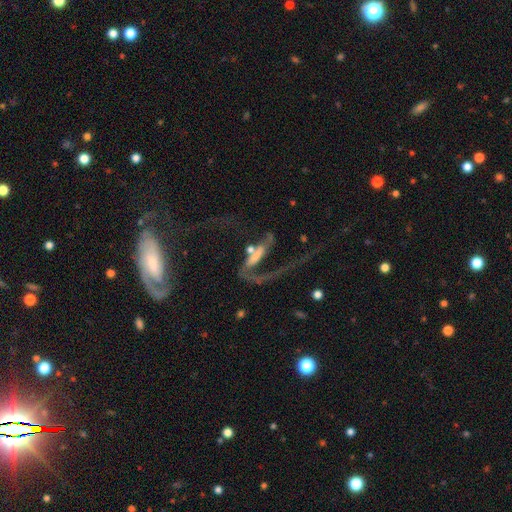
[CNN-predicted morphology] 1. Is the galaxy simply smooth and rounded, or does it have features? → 64% featured or disk, 26% smooth, 10% star or artifact.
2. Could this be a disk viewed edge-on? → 84% no, 16% yes.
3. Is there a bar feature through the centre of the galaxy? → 39% no, 35% strong, 26% weak.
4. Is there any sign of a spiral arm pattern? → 65% yes, 35% no.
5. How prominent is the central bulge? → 36% none, 25% moderate, 23% small, 12% large, 4% dominant.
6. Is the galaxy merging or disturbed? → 45% major disturbance, 26% merger, 20% none, 9% minor disturbance.